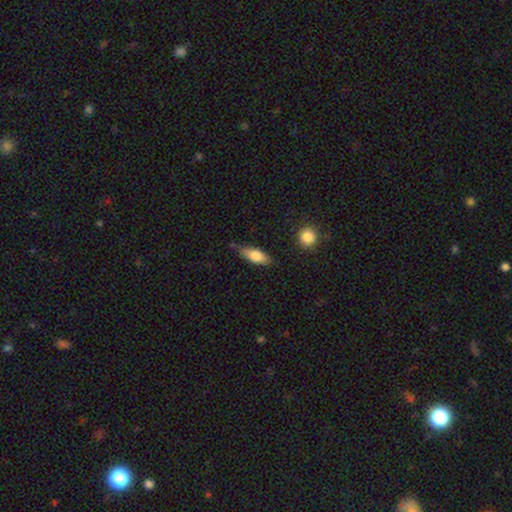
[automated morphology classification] This is likely a smooth galaxy (71%). How rounded: likely in between (69%). Merging: likely none (75%).